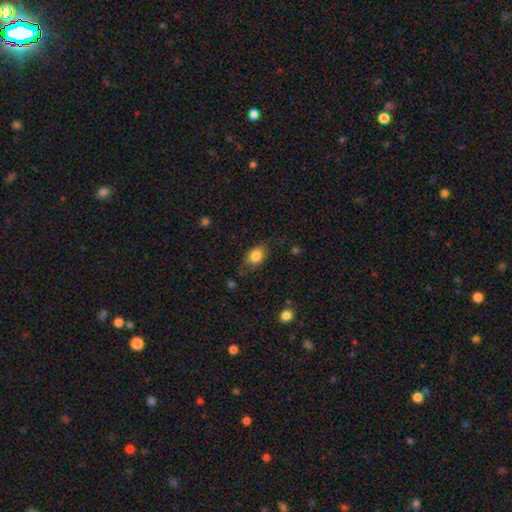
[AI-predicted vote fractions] Overall: smooth (83%). How rounded: in between (73%). Merging: none (75%).